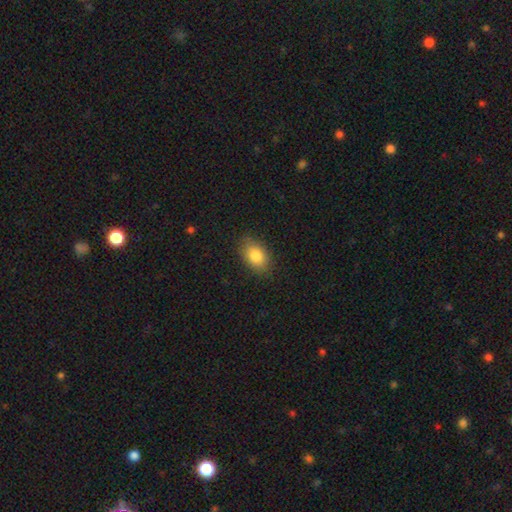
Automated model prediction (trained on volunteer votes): smooth-or-featured: smooth: 84% | featured or disk: 8% | star or artifact: 8%
  how-rounded: in between: 87% | round: 11% | cigar-shaped: 2%
  merging: none: 85% | minor disturbance: 12% | major disturbance: 3% | merger: 1%